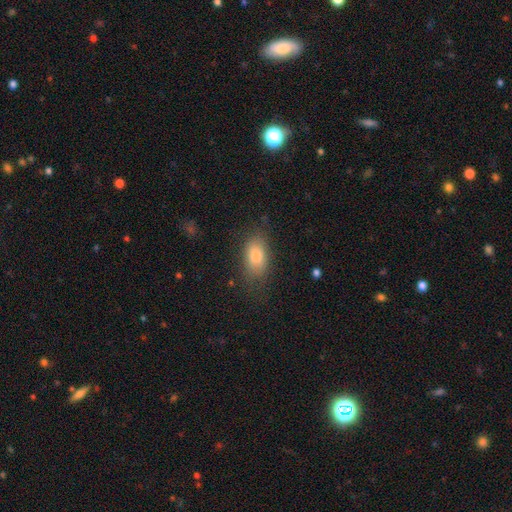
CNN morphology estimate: Smooth or featured?
  - smooth: 81% *
  - featured or disk: 11%
  - star or artifact: 9%
How rounded?
  - in between: 88% *
  - cigar-shaped: 7%
  - round: 6%
Merging?
  - none: 72% *
  - minor disturbance: 20%
  - major disturbance: 7%
  - merger: 2%